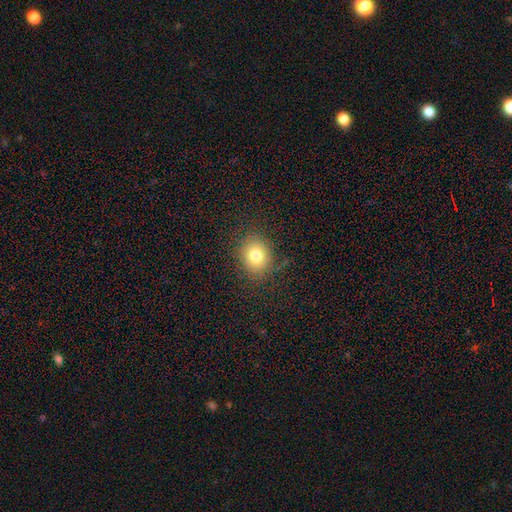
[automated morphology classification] This is likely a smooth galaxy (78%). How rounded: likely round (69%). Merging: clearly none (85%).